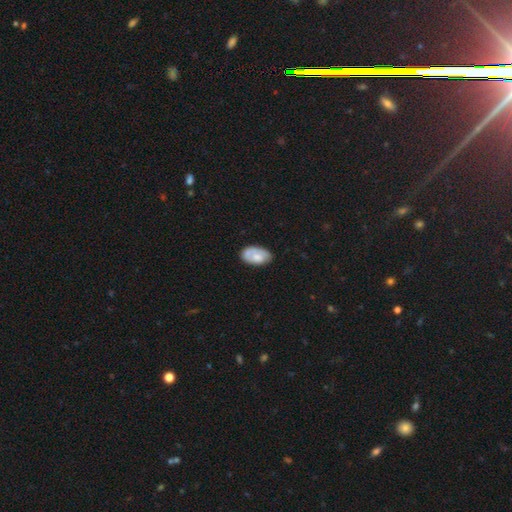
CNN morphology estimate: smooth-or-featured: smooth: 64% | featured or disk: 30% | star or artifact: 6%
  how-rounded: in between: 93% | round: 6% | cigar-shaped: 1%
  merging: none: 64% | minor disturbance: 25% | major disturbance: 8% | merger: 2%